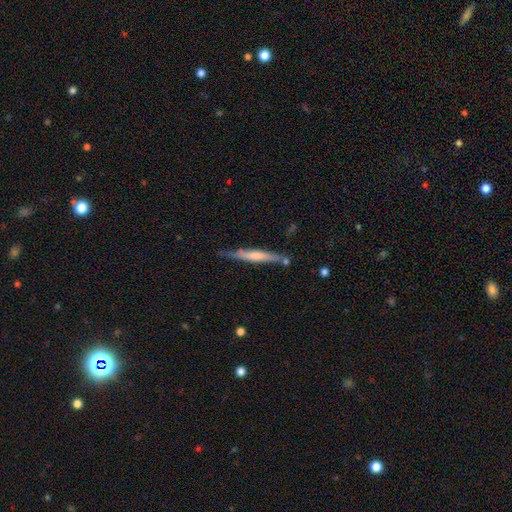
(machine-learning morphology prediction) Smooth or featured? smooth (50%)
Merging? none (71%)